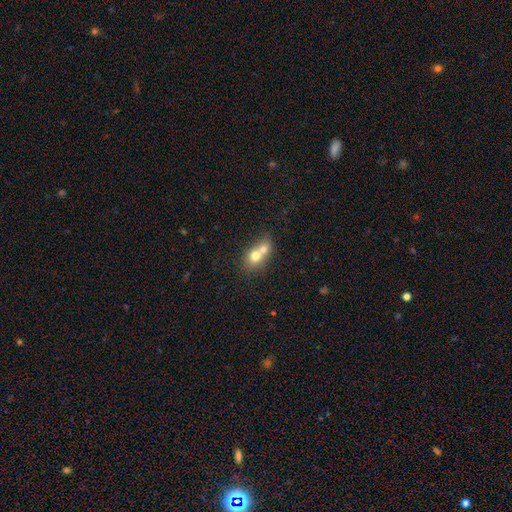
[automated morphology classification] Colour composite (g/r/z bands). It shows a smooth galaxy with no disk features (70%) that is round (56%). Merging: merger (69%).